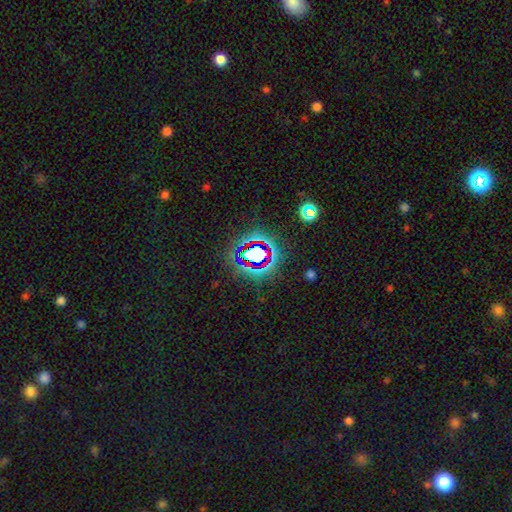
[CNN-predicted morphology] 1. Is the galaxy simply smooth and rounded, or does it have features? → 65% star or artifact, 22% smooth, 13% featured or disk.